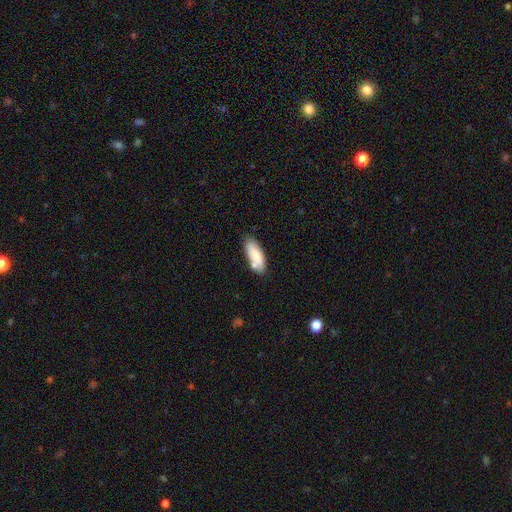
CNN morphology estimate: type=smooth (79%); roundness=in between (74%); merging=none (72%).